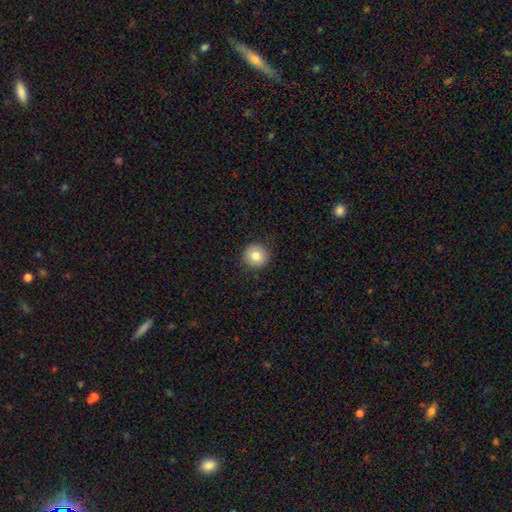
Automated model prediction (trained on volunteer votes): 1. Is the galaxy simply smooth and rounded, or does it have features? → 81% smooth, 9% star or artifact, 9% featured or disk.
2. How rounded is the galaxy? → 94% round, 6% in between, 1% cigar-shaped.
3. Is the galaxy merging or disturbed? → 90% none, 7% minor disturbance, 2% major disturbance, 1% merger.